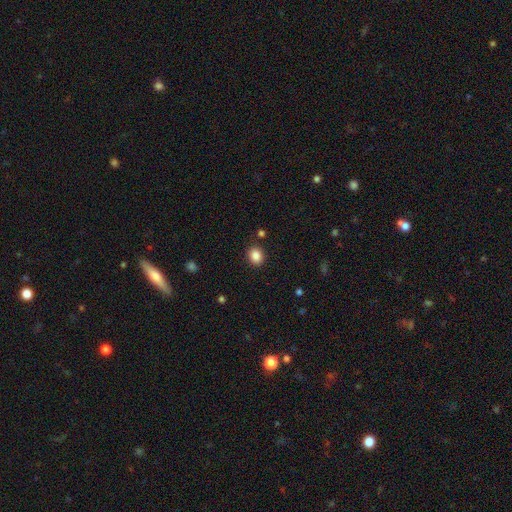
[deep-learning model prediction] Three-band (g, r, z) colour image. It shows a smooth galaxy with no disk features (87%) that is round (62%). Merging: none (88%).